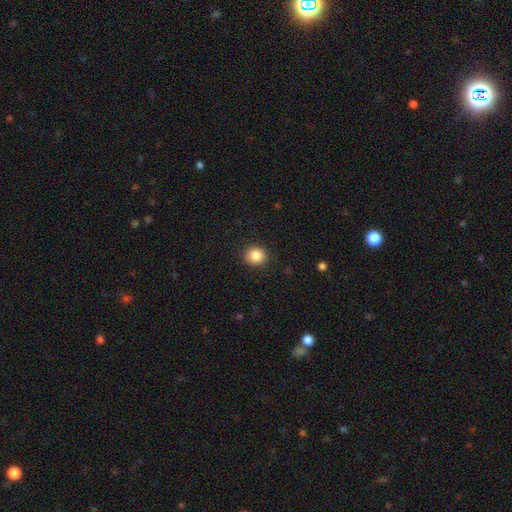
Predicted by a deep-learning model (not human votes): Smooth or featured? Predicted: smooth (p=0.86). How rounded? Predicted: round (p=0.87). Merging? Predicted: none (p=0.90).